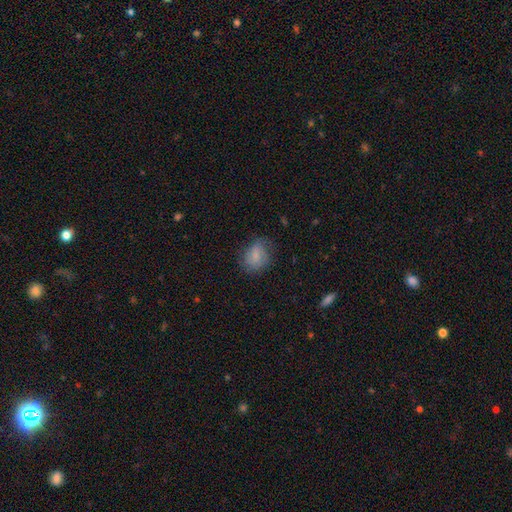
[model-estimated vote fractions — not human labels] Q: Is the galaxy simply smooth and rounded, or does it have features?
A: smooth — 74%.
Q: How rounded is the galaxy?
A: in between — 54%.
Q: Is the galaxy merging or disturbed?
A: none — 64%.